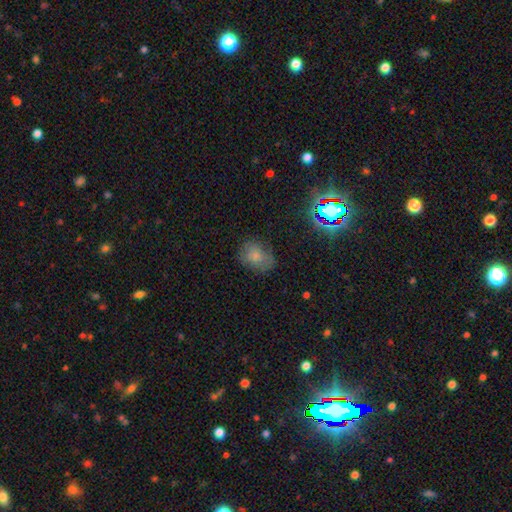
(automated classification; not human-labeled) smooth-or-featured: smooth: 73% | star or artifact: 14% | featured or disk: 13%
  how-rounded: in between: 65% | round: 33% | cigar-shaped: 1%
  merging: none: 68% | minor disturbance: 23% | major disturbance: 7% | merger: 2%